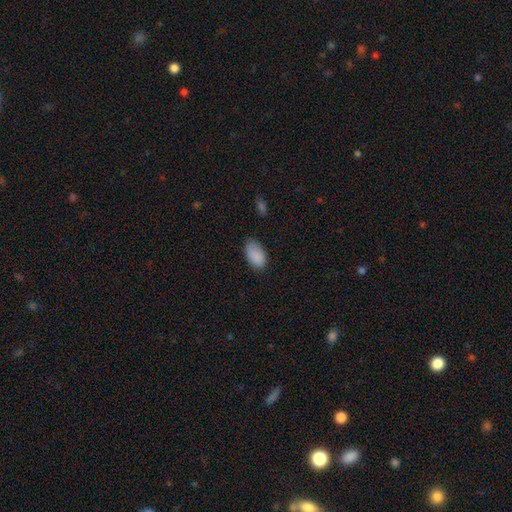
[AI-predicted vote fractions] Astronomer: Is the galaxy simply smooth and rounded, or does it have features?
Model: smooth — 89%.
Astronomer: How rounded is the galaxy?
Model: in between — 94%.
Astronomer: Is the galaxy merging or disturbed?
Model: none — 75%.